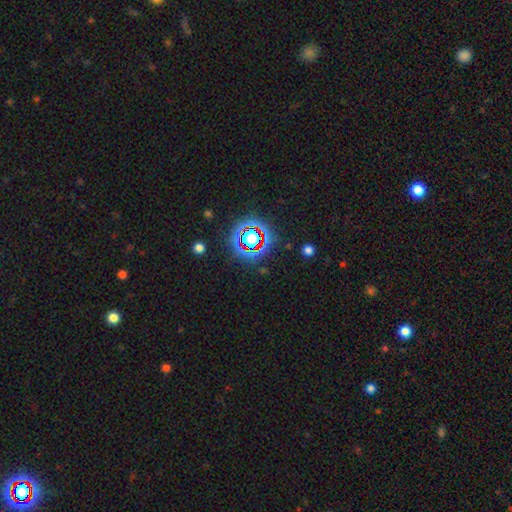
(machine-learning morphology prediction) The model was most divided on "smooth or featured": star or artifact: 74%, smooth: 17%, featured or disk: 10%.